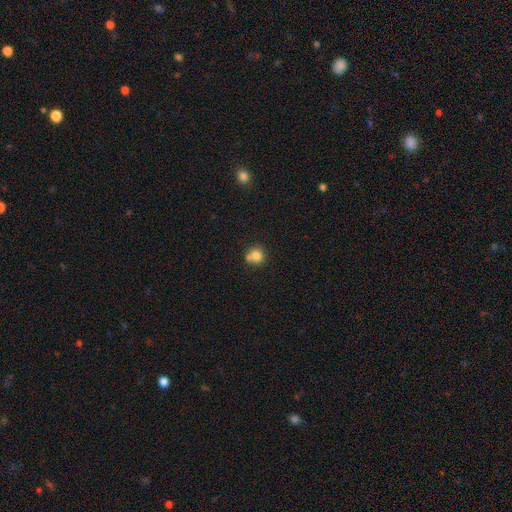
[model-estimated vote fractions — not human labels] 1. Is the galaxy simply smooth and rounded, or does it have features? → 77% smooth, 12% featured or disk, 11% star or artifact.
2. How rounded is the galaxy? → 83% round, 17% in between, 1% cigar-shaped.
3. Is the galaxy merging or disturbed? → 51% none, 33% merger, 12% minor disturbance, 4% major disturbance.